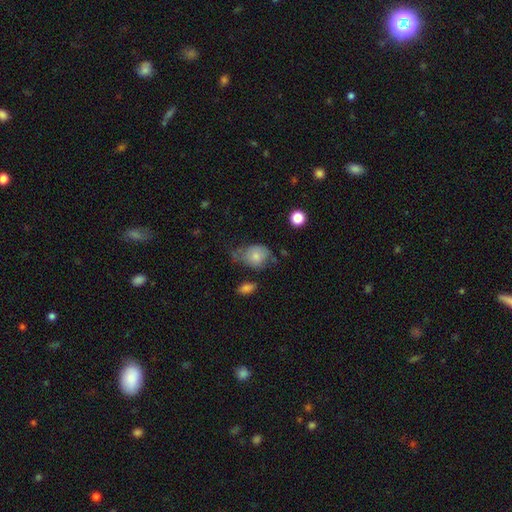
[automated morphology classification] This appears to be a smooth galaxy with no disk features (74%) that is in between round and cigar-shaped (55%). Merging: minor disturbance (37%).